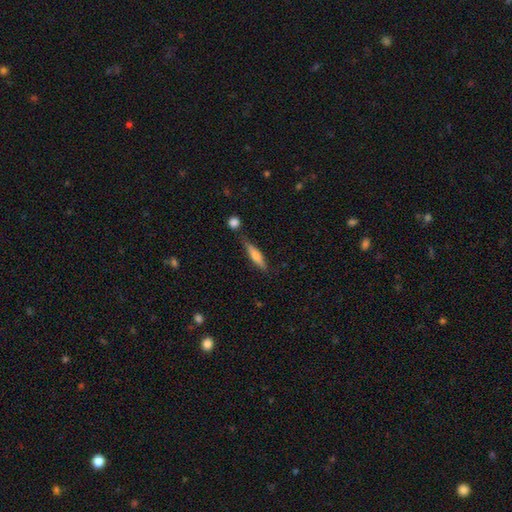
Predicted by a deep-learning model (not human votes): A smooth galaxy with no disk features (66%) that is cigar-shaped (78%).

Vote fractions:
- Smooth or featured? smooth: 66% / featured or disk: 28% / star or artifact: 6%
- How rounded? cigar-shaped: 78% / in between: 20% / round: 2%
- Merging? none: 70% / minor disturbance: 17% / merger: 8% / major disturbance: 4%